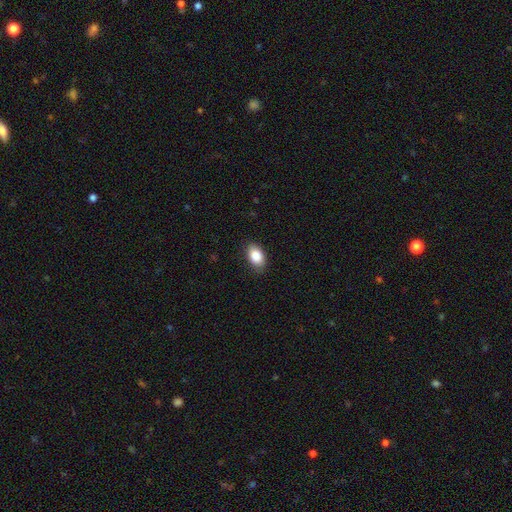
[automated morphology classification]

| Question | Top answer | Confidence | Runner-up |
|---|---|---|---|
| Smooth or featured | smooth | 87% | star or artifact (7%) |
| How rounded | in between | 88% | round (10%) |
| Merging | none | 85% | minor disturbance (12%) |